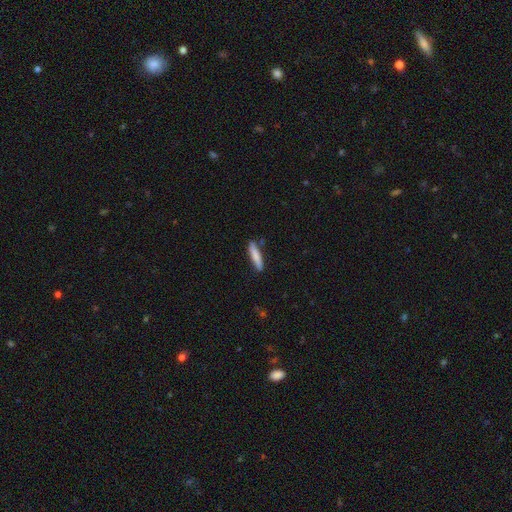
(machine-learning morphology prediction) A smooth galaxy with no disk features (80%) that is cigar-shaped (86%).

Vote fractions:
- Smooth or featured? smooth: 80% / featured or disk: 15% / star or artifact: 6%
- How rounded? cigar-shaped: 86% / in between: 13% / round: 1%
- Merging? none: 80% / minor disturbance: 14% / merger: 3% / major disturbance: 2%